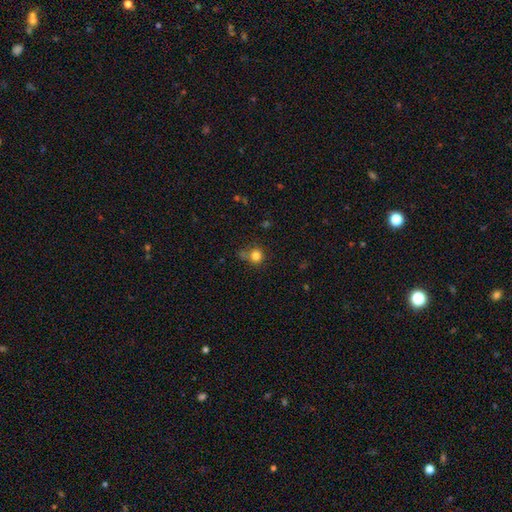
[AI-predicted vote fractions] Smooth or featured? smooth (81%)
How rounded? round (88%)
Merging? none (63%)